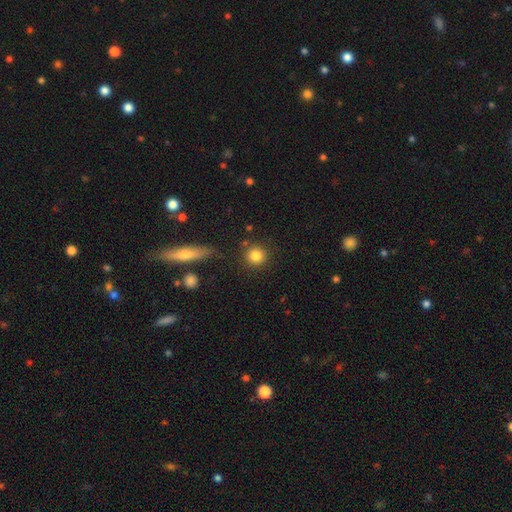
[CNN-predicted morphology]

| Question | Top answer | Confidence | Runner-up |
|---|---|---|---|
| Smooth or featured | smooth | 84% | star or artifact (10%) |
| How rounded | round | 92% | in between (7%) |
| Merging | none | 83% | minor disturbance (8%) |